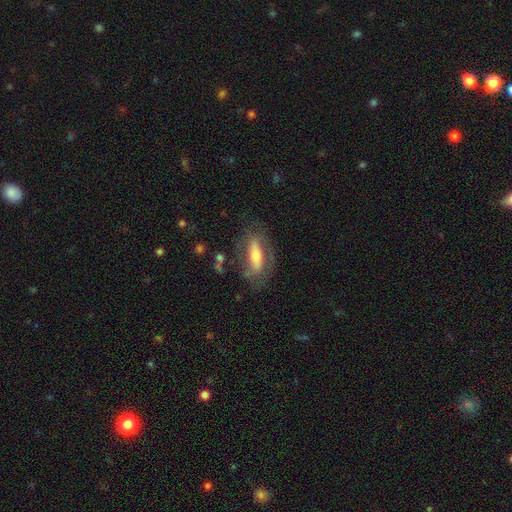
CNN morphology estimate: A featured or disk galaxy (60%). Merging: none (67%).